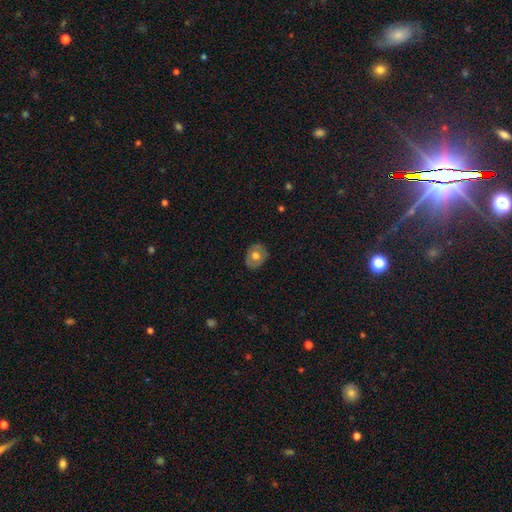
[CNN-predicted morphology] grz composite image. It shows a smooth galaxy with no disk features (58%) that is in between round and cigar-shaped (53%). Merging: none (84%).